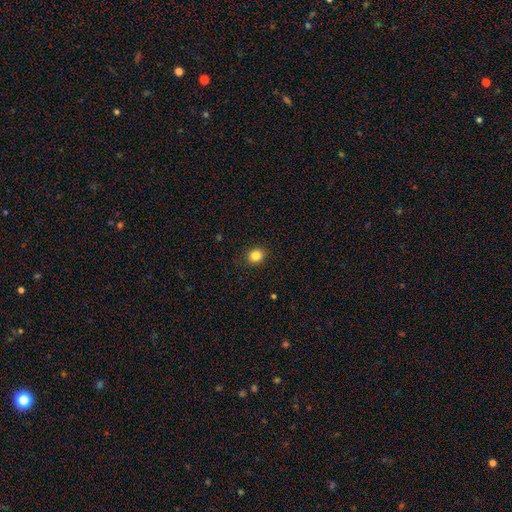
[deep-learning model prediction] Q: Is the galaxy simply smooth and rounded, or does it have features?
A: smooth — 84%.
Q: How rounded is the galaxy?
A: round — 80%.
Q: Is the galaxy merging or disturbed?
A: none — 91%.